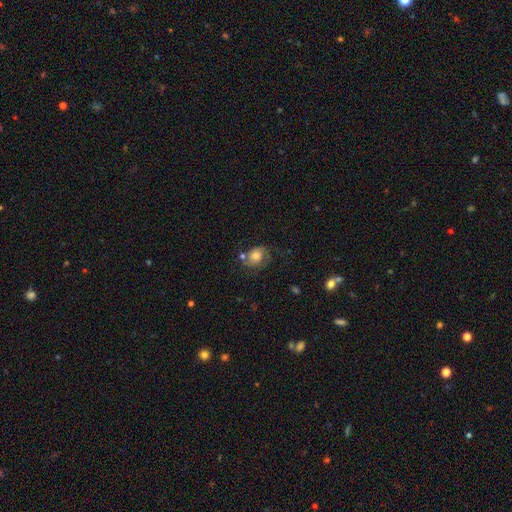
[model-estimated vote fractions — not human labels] Smooth or featured? smooth (50%)
Merging? none (48%)